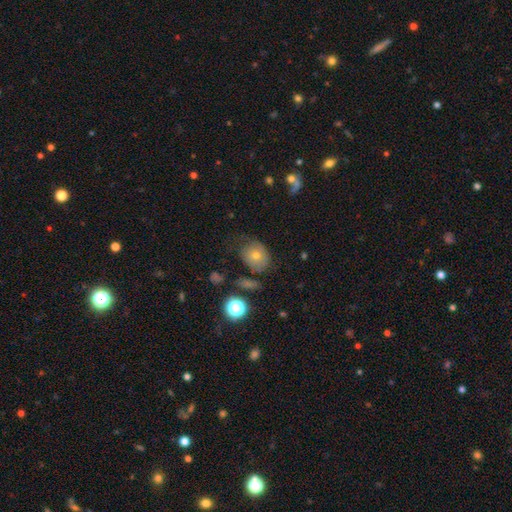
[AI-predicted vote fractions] smooth 59%, featured or disk 25%, star or artifact 16%. Down the decision tree: how rounded — round (60%); merging — none (57%).